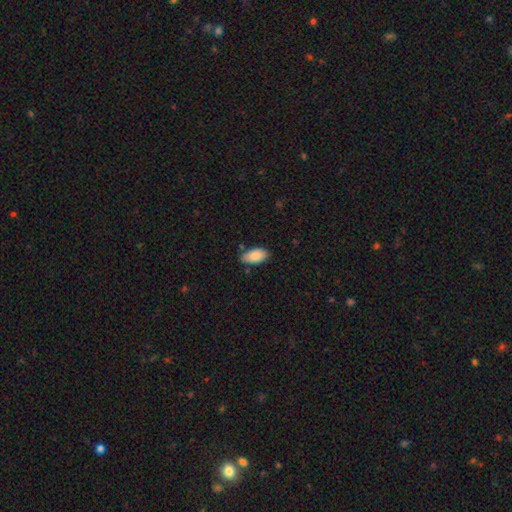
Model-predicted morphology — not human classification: smooth_or_featured: smooth (p=0.88) [alt: star or artifact p=0.06]
how_rounded: in between (p=0.94) [alt: cigar-shaped p=0.04]
merging: none (p=0.77) [alt: minor disturbance p=0.17]